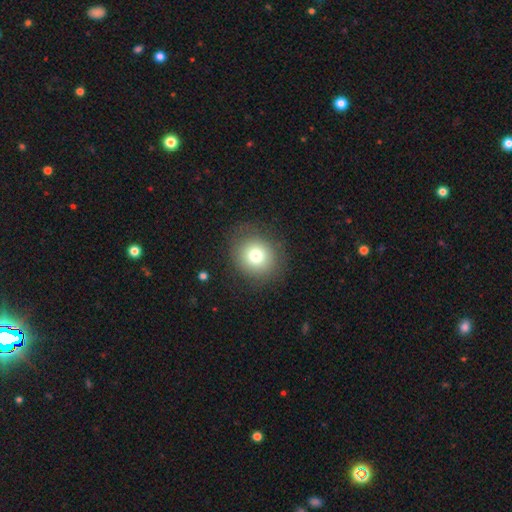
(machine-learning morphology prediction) smooth 76%, star or artifact 12%, featured or disk 12%. Down the decision tree: how rounded — round (85%); merging — none (84%).